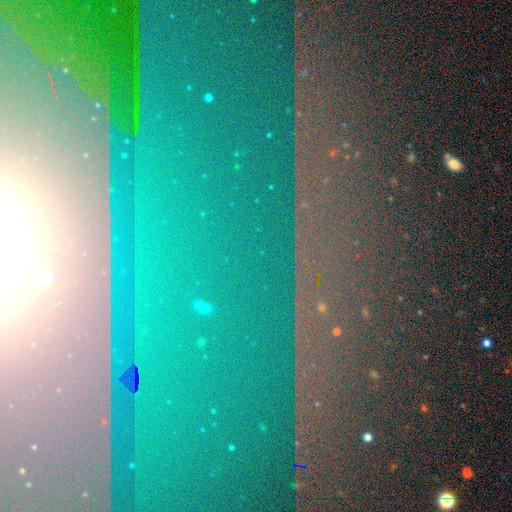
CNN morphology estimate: Overall: star or artifact (82%).